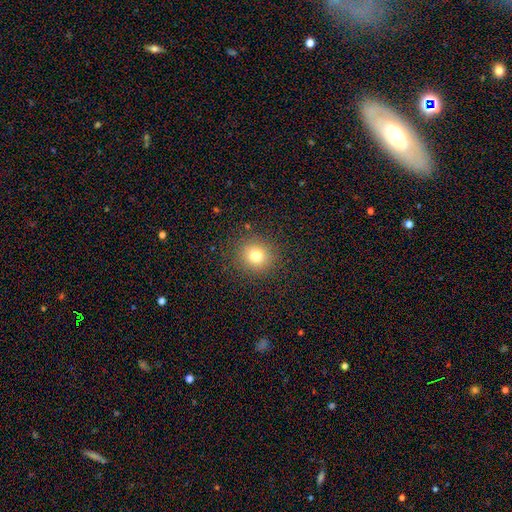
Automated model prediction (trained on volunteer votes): A smooth galaxy with no disk features (76%) that is round (90%).

Vote fractions:
- Smooth or featured? smooth: 76% / star or artifact: 15% / featured or disk: 9%
- How rounded? round: 90% / in between: 9% / cigar-shaped: 1%
- Merging? none: 89% / minor disturbance: 7% / major disturbance: 3% / merger: 1%